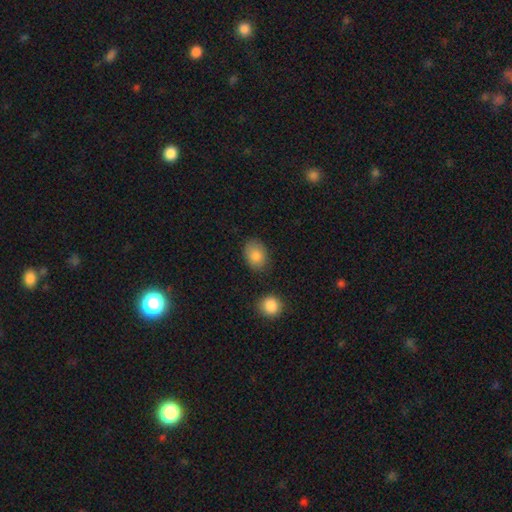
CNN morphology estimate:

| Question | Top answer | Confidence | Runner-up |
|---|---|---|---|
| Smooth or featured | smooth | 84% | featured or disk (8%) |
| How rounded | in between | 72% | round (27%) |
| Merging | none | 79% | minor disturbance (13%) |